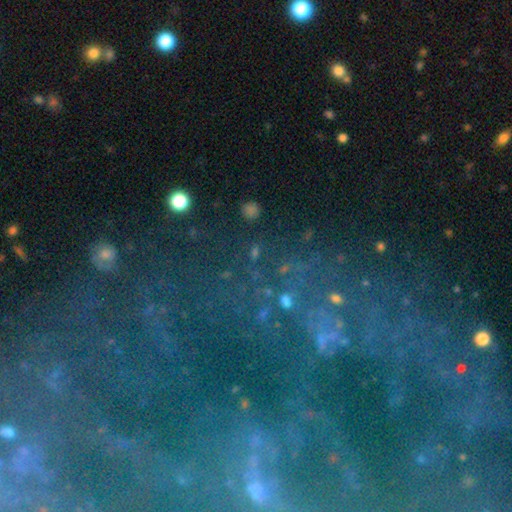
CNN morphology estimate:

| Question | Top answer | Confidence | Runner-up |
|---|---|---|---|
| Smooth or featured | star or artifact | 46% | featured or disk (28%) |